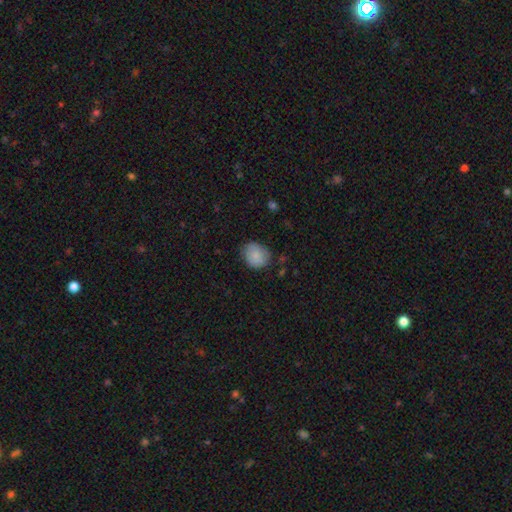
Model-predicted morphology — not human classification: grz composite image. It shows a smooth galaxy with no disk features (83%) that is round (66%). Merging: none (72%).